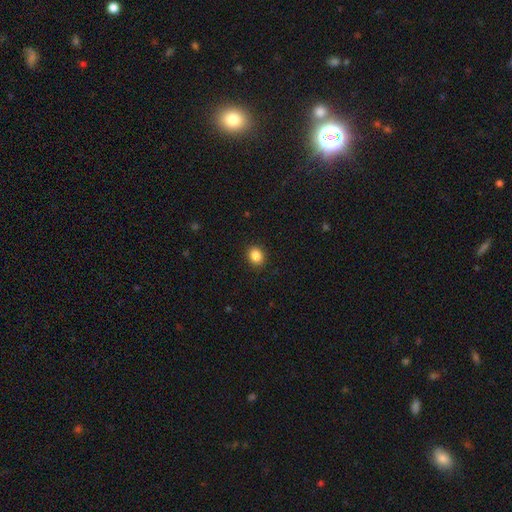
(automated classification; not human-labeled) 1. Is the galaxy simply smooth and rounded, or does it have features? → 87% smooth, 10% star or artifact, 3% featured or disk.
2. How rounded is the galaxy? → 62% round, 37% in between, 1% cigar-shaped.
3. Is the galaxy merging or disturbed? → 91% none, 6% minor disturbance, 2% major disturbance, 1% merger.